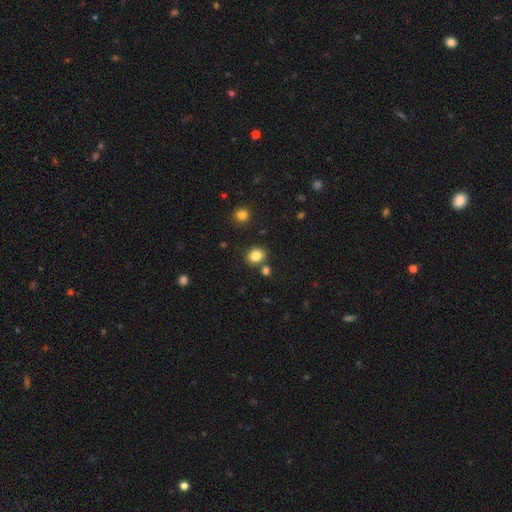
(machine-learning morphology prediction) Smooth or featured?
  - smooth: 83% *
  - star or artifact: 11%
  - featured or disk: 6%
How rounded?
  - round: 64% *
  - in between: 35%
  - cigar-shaped: 1%
Merging?
  - none: 78% *
  - merger: 10%
  - minor disturbance: 9%
  - major disturbance: 3%